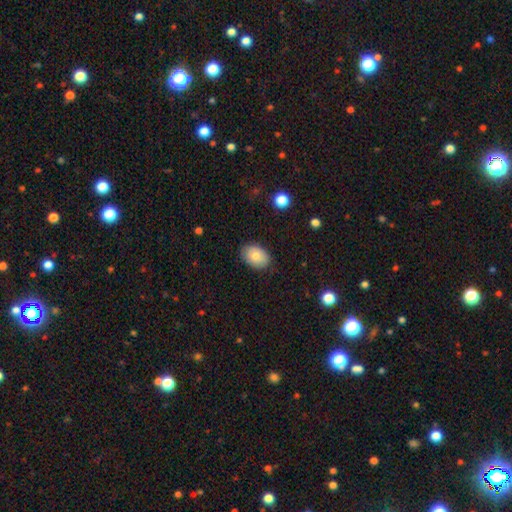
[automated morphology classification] smooth-or-featured: smooth: 78% | featured or disk: 14% | star or artifact: 8%
  how-rounded: in between: 79% | round: 20% | cigar-shaped: 1%
  merging: none: 84% | minor disturbance: 12% | major disturbance: 3% | merger: 1%